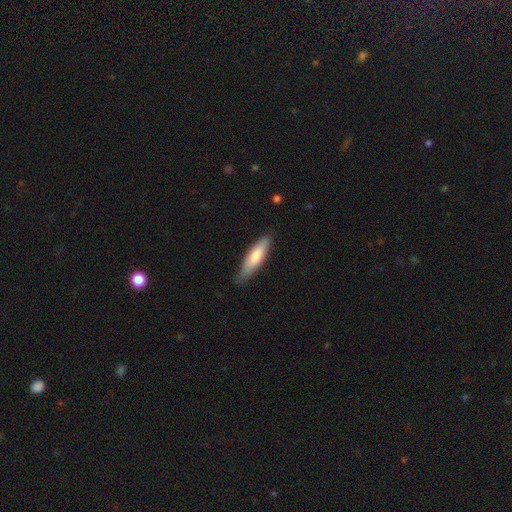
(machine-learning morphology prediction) smooth 72%, featured or disk 23%, star or artifact 5%. Down the decision tree: how rounded — cigar-shaped (66%); merging — none (76%).